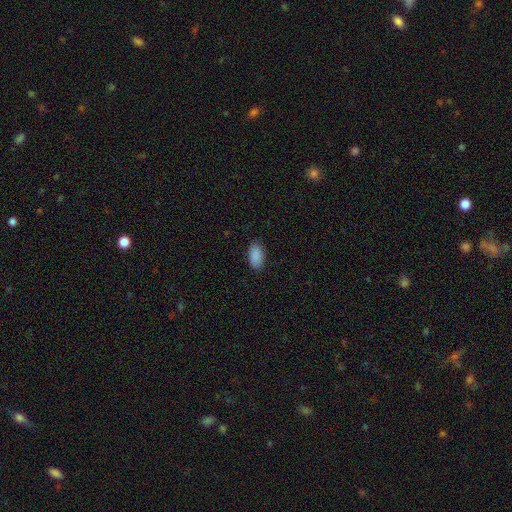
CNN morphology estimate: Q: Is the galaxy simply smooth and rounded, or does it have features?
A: smooth — 89%.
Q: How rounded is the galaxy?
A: in between — 94%.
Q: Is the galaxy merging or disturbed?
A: none — 85%.